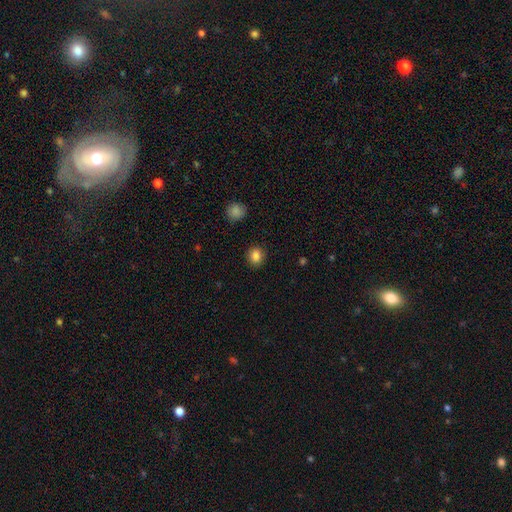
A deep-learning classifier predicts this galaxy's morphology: smooth_or_featured: smooth (p=0.86) [alt: star or artifact p=0.10]
how_rounded: round (p=0.79) [alt: in between p=0.20]
merging: none (p=0.91) [alt: minor disturbance p=0.06]